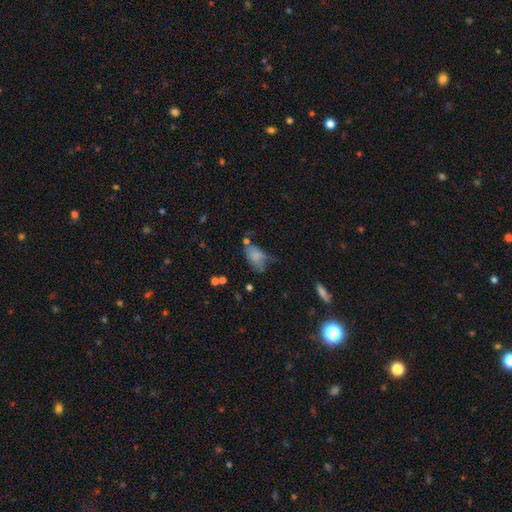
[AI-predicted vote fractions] Morphology: type=smooth (72%); roundness=in between (89%); merging=minor disturbance (33%).